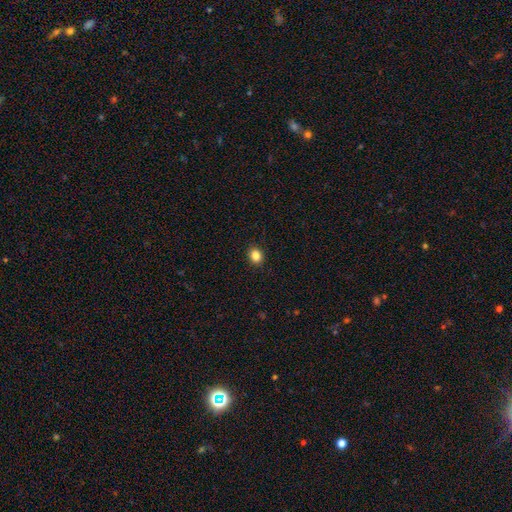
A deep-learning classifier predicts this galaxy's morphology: This is clearly a smooth galaxy (85%). How rounded: likely round (67%). Merging: clearly none (91%).